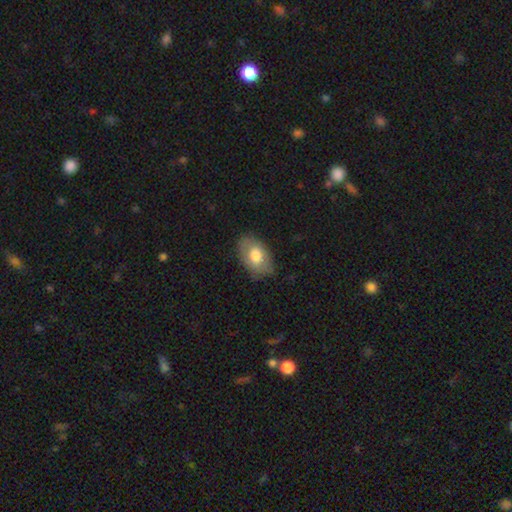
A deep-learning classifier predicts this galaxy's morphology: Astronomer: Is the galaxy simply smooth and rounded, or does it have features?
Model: smooth — 71%.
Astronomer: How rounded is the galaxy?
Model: in between — 90%.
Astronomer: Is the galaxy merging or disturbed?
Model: none — 70%.